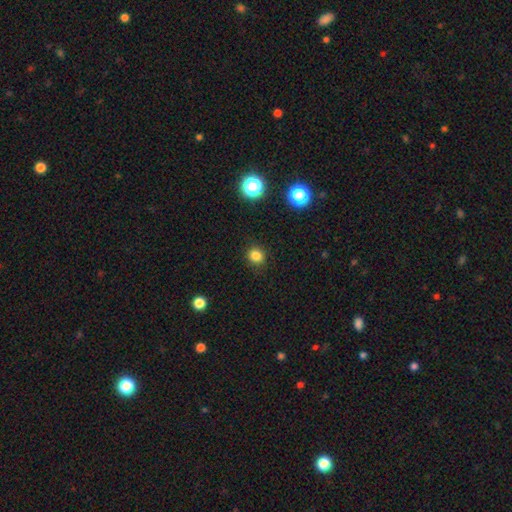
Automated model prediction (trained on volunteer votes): A smooth galaxy with no disk features (82%) that is round (84%). Merging: none (90%).